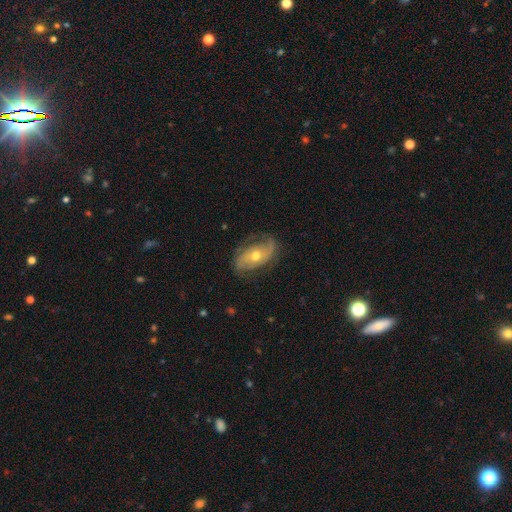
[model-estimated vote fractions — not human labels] Smooth or featured? featured or disk (75%)
Edge-on disk? no (94%)
Bar? no (68%)
Spiral arms? yes (87%)
Spiral winding? medium (40%)
Spiral arm count? 2 (71%)
Bulge size? moderate (71%)
Merging? none (69%)